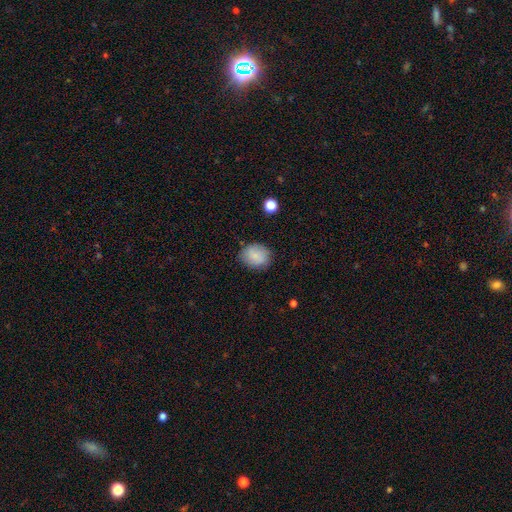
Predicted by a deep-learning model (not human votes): Q: Smooth or featured?
A: smooth (82%); runner-up: featured or disk (10%)
Q: How rounded?
A: round (59%); runner-up: in between (40%)
Q: Merging?
A: none (82%); runner-up: minor disturbance (14%)